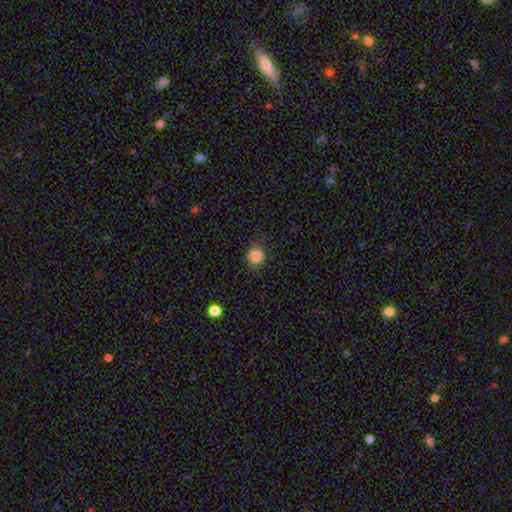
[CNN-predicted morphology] Smooth or featured? smooth (84%)
How rounded? round (79%)
Merging? none (79%)